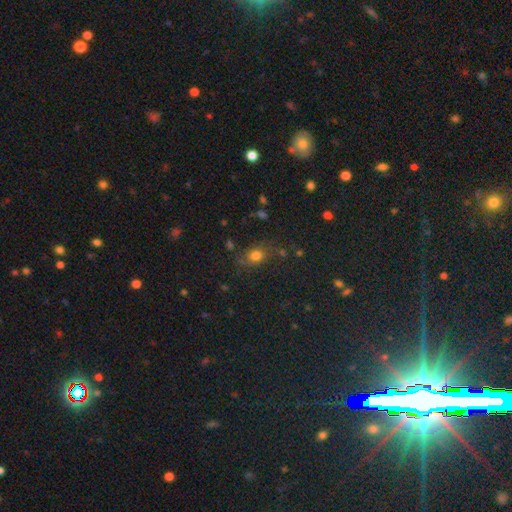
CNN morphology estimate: smooth_or_featured: smooth (p=0.69) [alt: star or artifact p=0.18]
how_rounded: in between (p=0.54) [alt: round p=0.41]
merging: none (p=0.70) [alt: minor disturbance p=0.18]